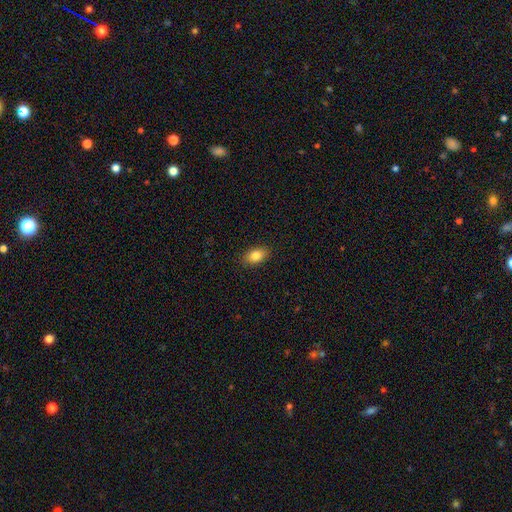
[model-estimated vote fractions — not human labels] The model was most divided on "smooth or featured": smooth: 84%, featured or disk: 8%, star or artifact: 8%. More confident: how rounded — in between (89%); merging — none (88%).